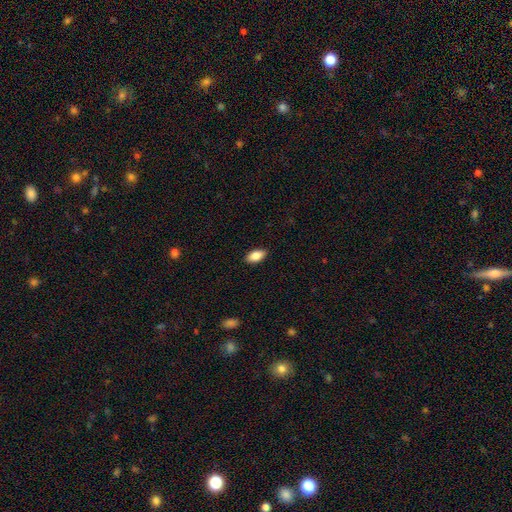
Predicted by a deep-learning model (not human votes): Smooth or featured? smooth (87%)
How rounded? in between (92%)
Merging? none (88%)